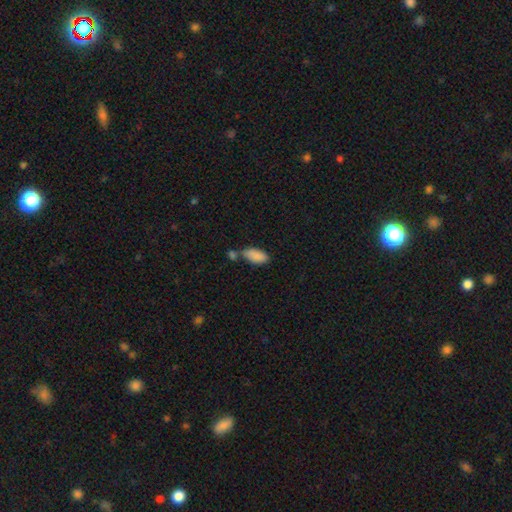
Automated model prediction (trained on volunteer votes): Smooth or featured?
  - smooth: 87% *
  - star or artifact: 7%
  - featured or disk: 6%
How rounded?
  - in between: 92% *
  - cigar-shaped: 6%
  - round: 2%
Merging?
  - none: 49% *
  - merger: 29%
  - minor disturbance: 17%
  - major disturbance: 5%